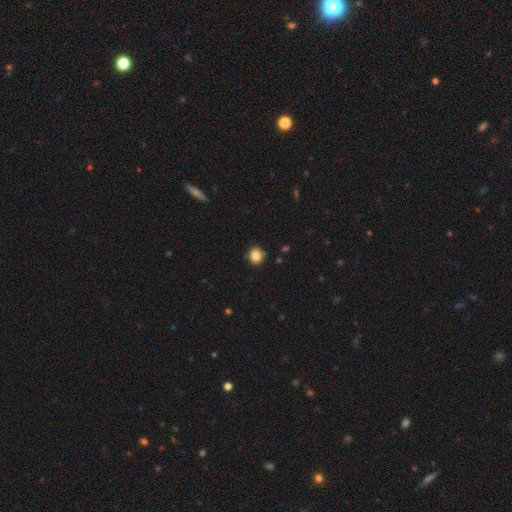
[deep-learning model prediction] Smooth or featured: smooth — 84% (star or artifact — 10%)
How rounded: round — 81% (in between — 18%)
Merging: none — 86% (minor disturbance — 10%)